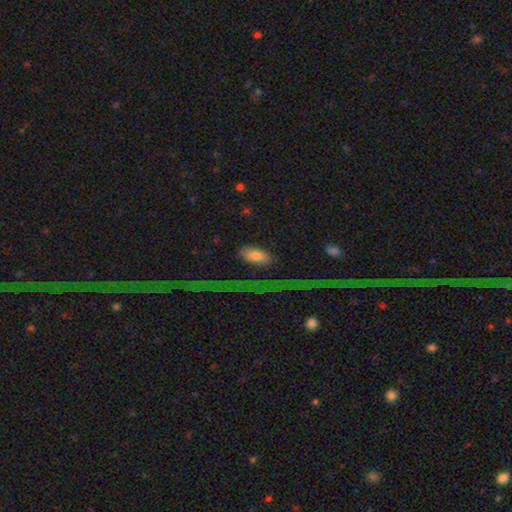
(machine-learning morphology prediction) Smooth or featured?
  - smooth: 73% *
  - featured or disk: 14%
  - star or artifact: 13%
How rounded?
  - in between: 90% *
  - cigar-shaped: 6%
  - round: 4%
Merging?
  - none: 70% *
  - minor disturbance: 17%
  - major disturbance: 10%
  - merger: 4%